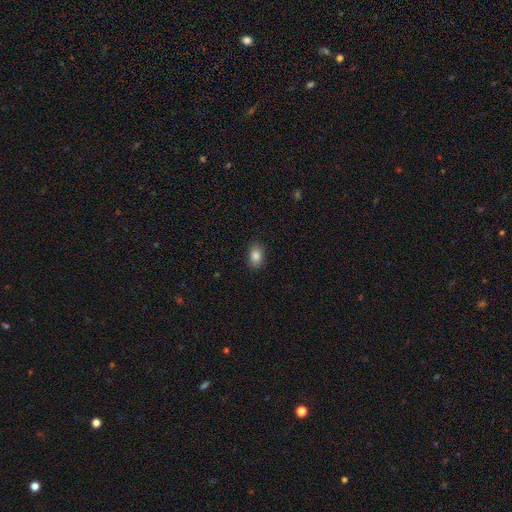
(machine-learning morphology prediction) A smooth galaxy with no disk features (85%) that is in between round and cigar-shaped (85%). Merging: none (88%).